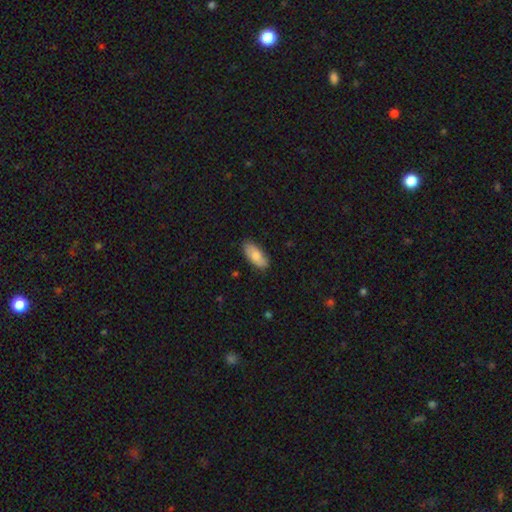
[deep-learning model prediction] This appears to be a smooth galaxy with no disk features (81%) that is in between round and cigar-shaped (87%). Merging: none (84%).